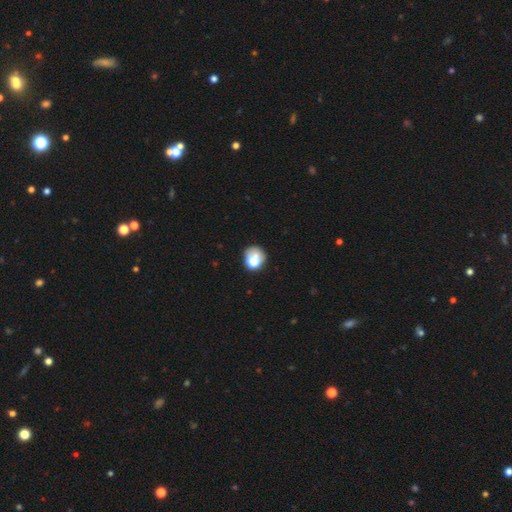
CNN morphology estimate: smooth-or-featured: smooth: 67% | star or artifact: 17% | featured or disk: 16%
  how-rounded: round: 72% | in between: 27% | cigar-shaped: 1%
  merging: none: 56% | minor disturbance: 19% | merger: 13% | major disturbance: 12%